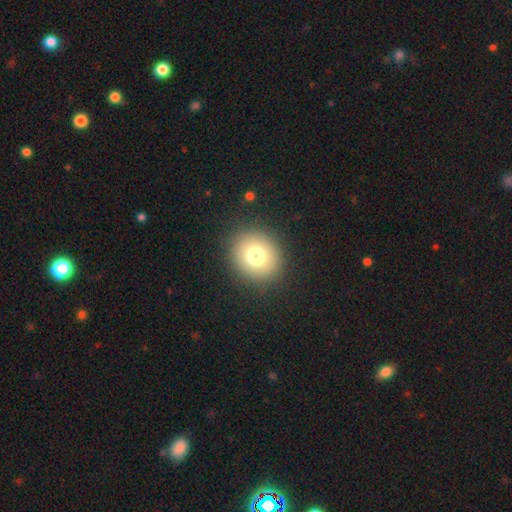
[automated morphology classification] Smooth or featured? smooth (75%)
How rounded? round (86%)
Merging? none (90%)